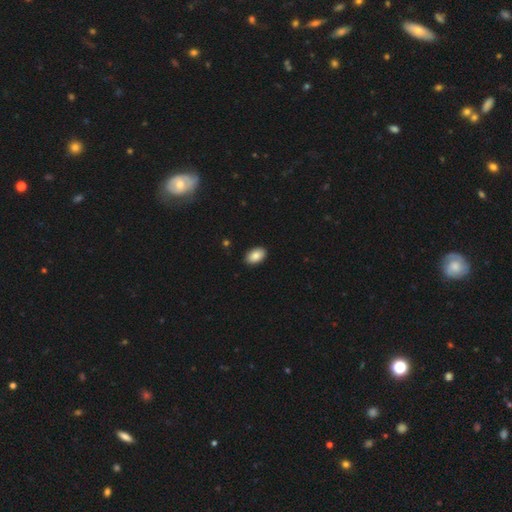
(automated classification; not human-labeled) smooth_or_featured: smooth (p=0.87) [alt: star or artifact p=0.07]
how_rounded: in between (p=0.92) [alt: round p=0.06]
merging: none (p=0.90) [alt: minor disturbance p=0.07]